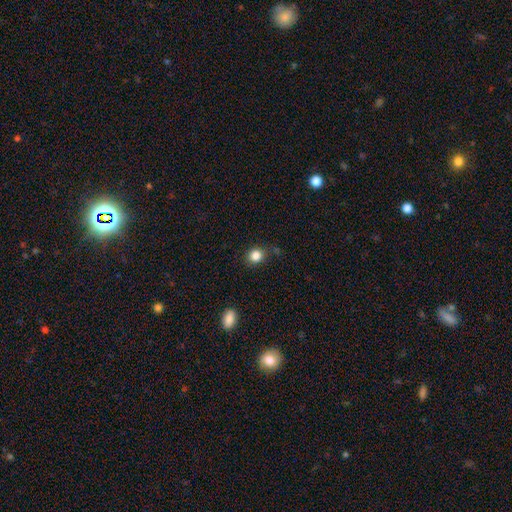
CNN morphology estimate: This is clearly a smooth galaxy (84%). How rounded: likely round (77%). Merging: likely none (79%).